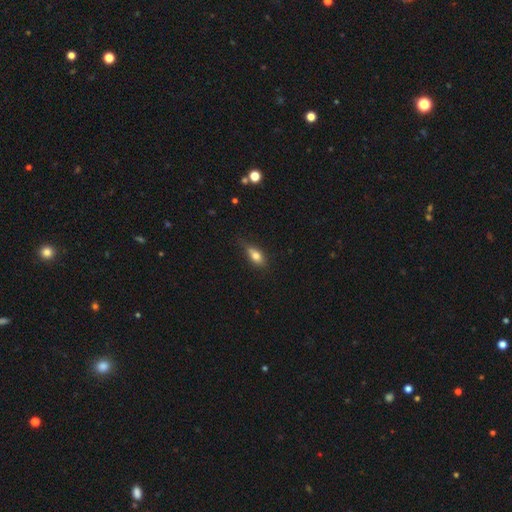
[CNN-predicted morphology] type=smooth (73%); roundness=in between (77%); merging=none (52%).